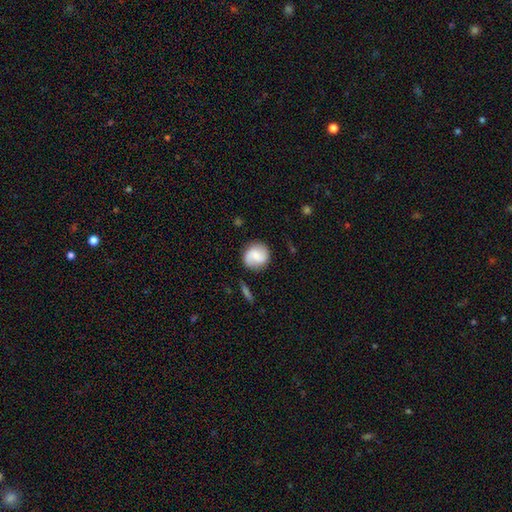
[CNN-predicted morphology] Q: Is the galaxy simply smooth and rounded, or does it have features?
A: featured or disk — 50%.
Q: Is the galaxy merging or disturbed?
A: none — 80%.